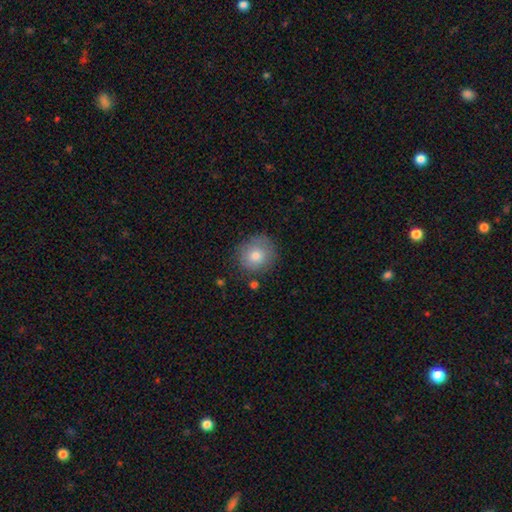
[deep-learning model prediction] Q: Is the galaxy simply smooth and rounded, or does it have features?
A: smooth — 79%.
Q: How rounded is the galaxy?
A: round — 88%.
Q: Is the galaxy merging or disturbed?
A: none — 81%.